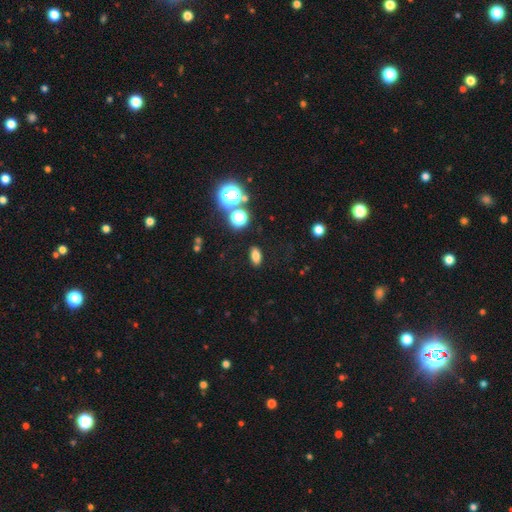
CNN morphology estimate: Q: Smooth or featured?
A: smooth (76%); runner-up: star or artifact (17%)
Q: How rounded?
A: in between (82%); runner-up: round (12%)
Q: Merging?
A: none (88%); runner-up: minor disturbance (8%)